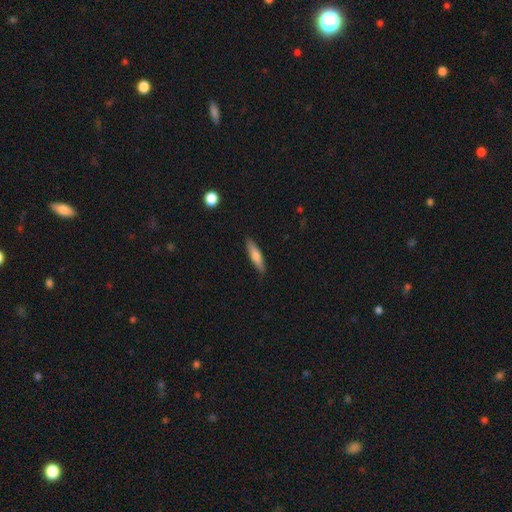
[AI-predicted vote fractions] smooth-or-featured: smooth: 68% | featured or disk: 26% | star or artifact: 6%
  how-rounded: cigar-shaped: 77% | in between: 21% | round: 2%
  merging: none: 89% | minor disturbance: 8% | major disturbance: 2% | merger: 1%